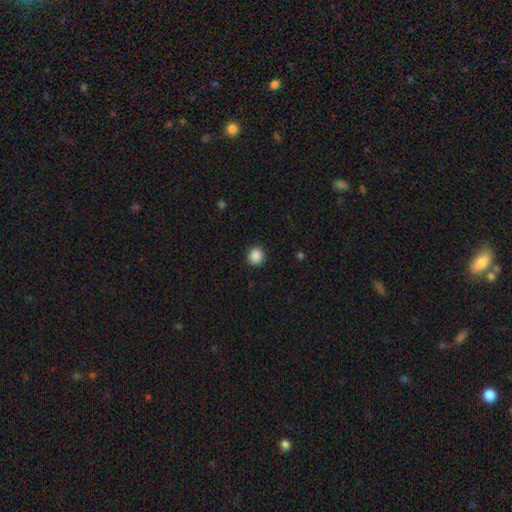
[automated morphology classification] smooth_or_featured: smooth (p=0.88) [alt: star or artifact p=0.09]
how_rounded: round (p=0.86) [alt: in between p=0.13]
merging: none (p=0.90) [alt: minor disturbance p=0.07]